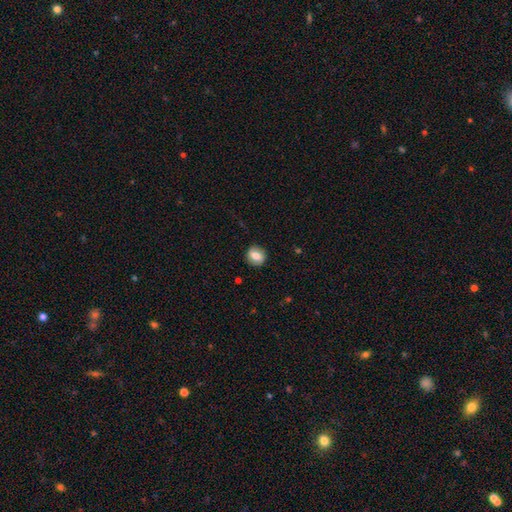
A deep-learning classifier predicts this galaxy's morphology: Smooth or featured? Predicted: smooth (p=0.68). How rounded? Predicted: round (p=0.76). Merging? Predicted: none (p=0.87).